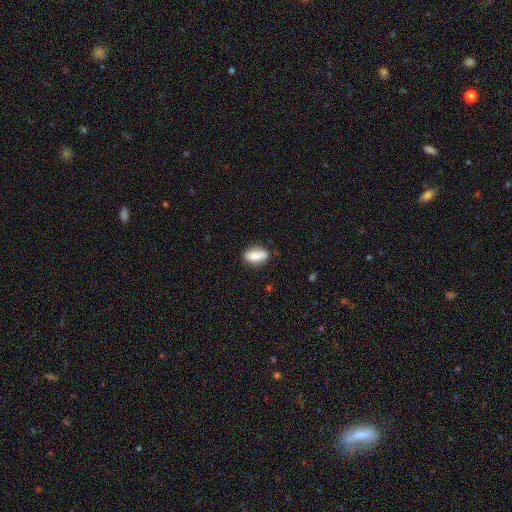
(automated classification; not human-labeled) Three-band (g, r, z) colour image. It shows a smooth galaxy with no disk features (79%) that is in between round and cigar-shaped (82%). Merging: none (74%).